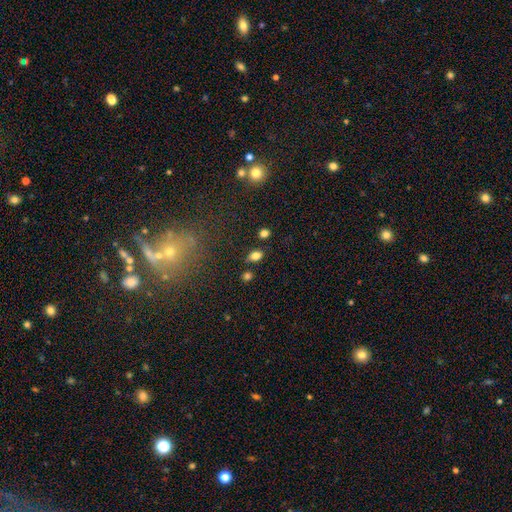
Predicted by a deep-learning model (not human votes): Q: Smooth or featured?
A: smooth (80%); runner-up: star or artifact (12%)
Q: How rounded?
A: in between (82%); runner-up: round (15%)
Q: Merging?
A: none (76%); runner-up: minor disturbance (12%)